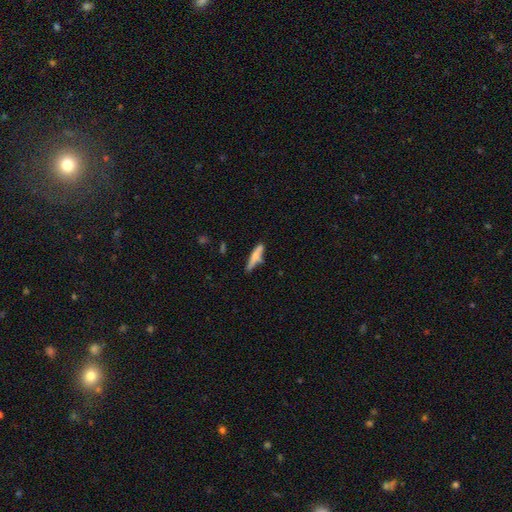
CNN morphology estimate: Q: Smooth or featured?
A: smooth (64%); runner-up: featured or disk (29%)
Q: How rounded?
A: cigar-shaped (83%); runner-up: in between (15%)
Q: Merging?
A: none (57%); runner-up: minor disturbance (23%)